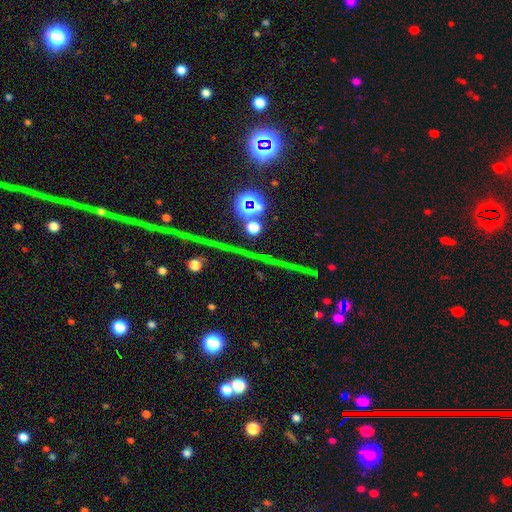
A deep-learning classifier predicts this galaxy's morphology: Smooth or featured?
  - star or artifact: 72% *
  - featured or disk: 16%
  - smooth: 12%